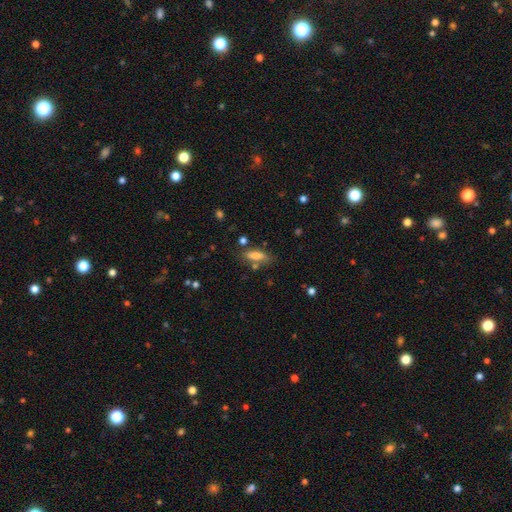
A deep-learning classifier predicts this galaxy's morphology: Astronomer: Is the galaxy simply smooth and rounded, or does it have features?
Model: smooth — 77%.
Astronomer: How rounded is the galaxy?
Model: in between — 58% (runner-up: cigar-shaped, 39%).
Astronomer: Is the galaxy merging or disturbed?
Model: none — 67%.